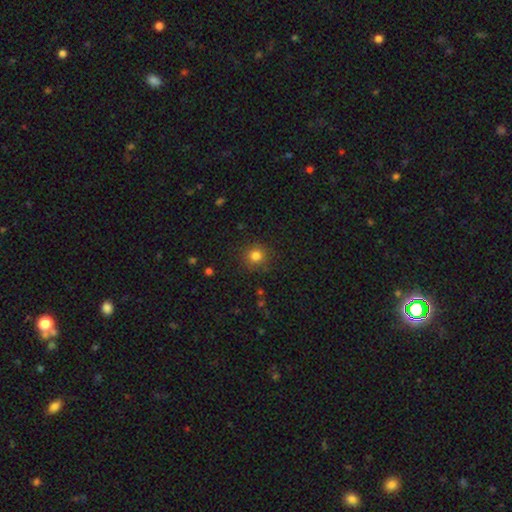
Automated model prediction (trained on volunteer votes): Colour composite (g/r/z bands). It shows a smooth galaxy with no disk features (82%) that is round (92%). Merging: none (87%).